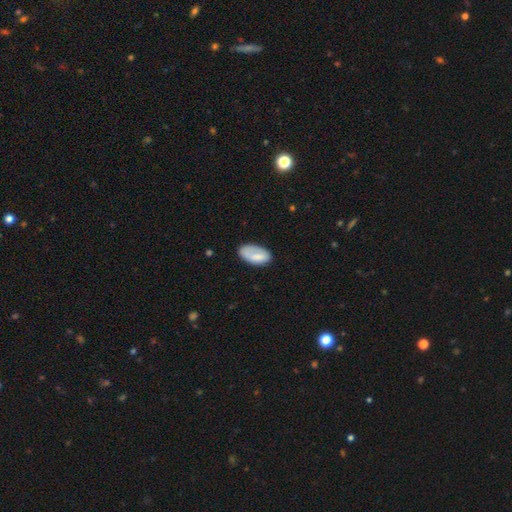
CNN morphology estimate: type=smooth (76%); roundness=in between (95%); merging=none (66%).